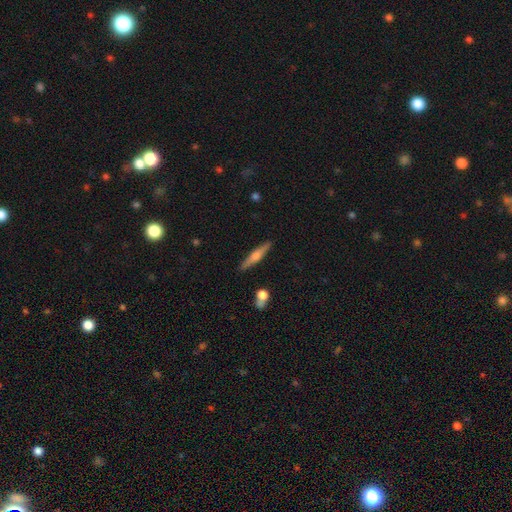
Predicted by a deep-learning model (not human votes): smooth_or_featured: featured or disk (p=0.58) [alt: smooth p=0.36]
disk_edge_on: yes (p=0.97) [alt: no p=0.03]
edge_on_bulge: rounded (p=0.84) [alt: boxy p=0.09]
merging: none (p=0.89) [alt: minor disturbance p=0.07]